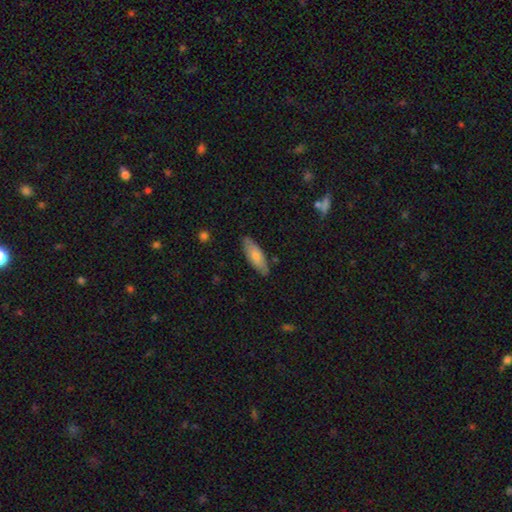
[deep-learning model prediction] smooth_or_featured: smooth (p=0.69) [alt: featured or disk p=0.25]
how_rounded: in between (p=0.60) [alt: cigar-shaped p=0.38]
merging: none (p=0.84) [alt: minor disturbance p=0.13]